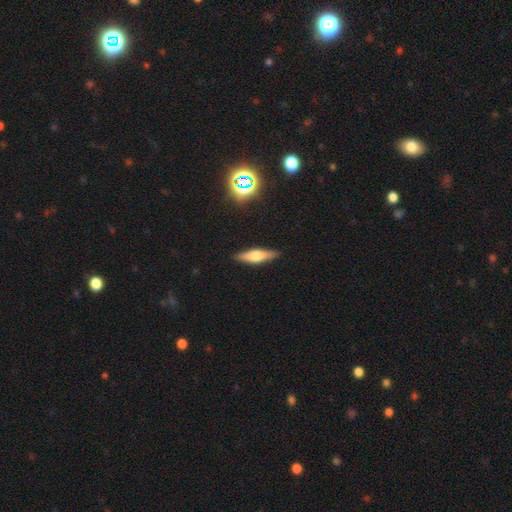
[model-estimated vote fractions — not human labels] Smooth or featured? Predicted: featured or disk (p=0.48). Merging? Predicted: none (p=0.88).